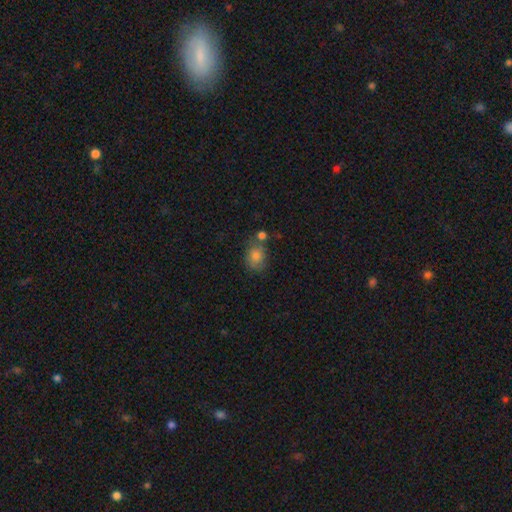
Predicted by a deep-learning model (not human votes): This appears to be a smooth galaxy with no disk features (79%) that is in between round and cigar-shaped (51%). Merging: none (60%).